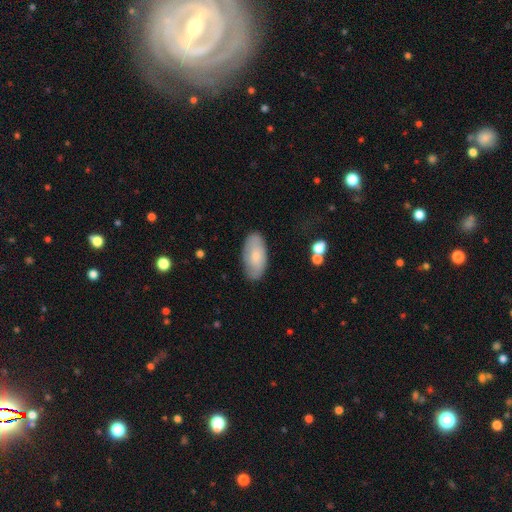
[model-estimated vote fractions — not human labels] smooth_or_featured: smooth (p=0.71) [alt: featured or disk p=0.23]
how_rounded: in between (p=0.94) [alt: cigar-shaped p=0.04]
merging: none (p=0.82) [alt: minor disturbance p=0.14]